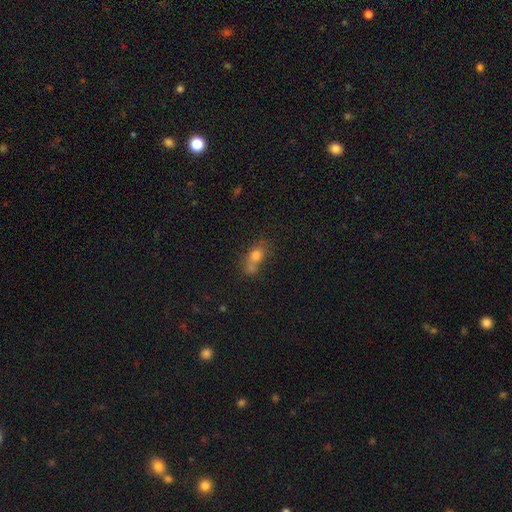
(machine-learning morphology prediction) smooth-or-featured: smooth: 70% | featured or disk: 16% | star or artifact: 14%
  how-rounded: round: 51% | in between: 45% | cigar-shaped: 4%
  merging: merger: 47% | none: 34% | minor disturbance: 12% | major disturbance: 6%